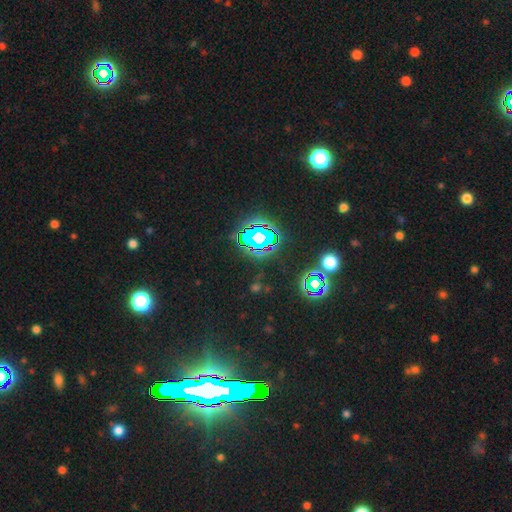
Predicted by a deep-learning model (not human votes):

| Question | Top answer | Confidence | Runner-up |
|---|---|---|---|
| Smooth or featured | star or artifact | 81% | featured or disk (10%) |